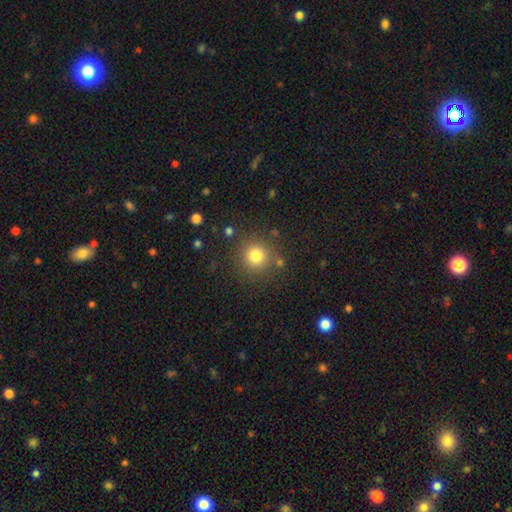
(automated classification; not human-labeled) Smooth or featured? smooth (79%)
How rounded? round (92%)
Merging? none (83%)